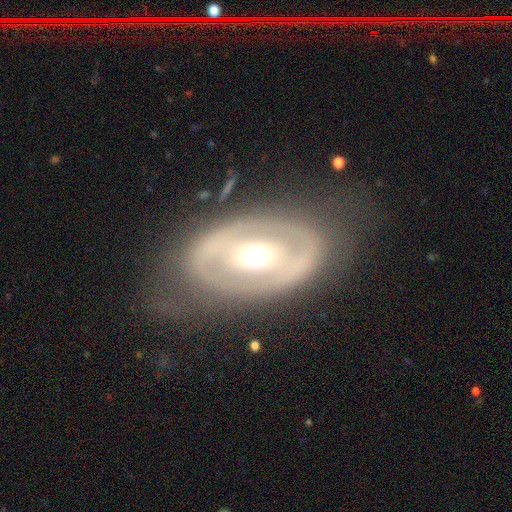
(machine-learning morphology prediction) type=featured or disk (72%); edge-on=no (93%); bar=no (40%); spiral arms=no (59%); bulge=moderate (66%); merging=none (68%).